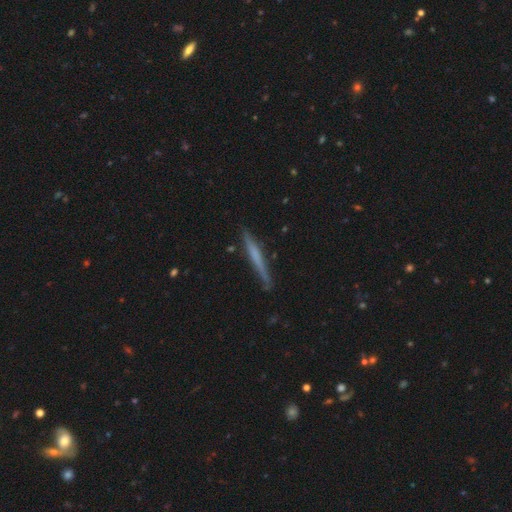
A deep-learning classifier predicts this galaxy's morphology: Q: Smooth or featured?
A: featured or disk (47%); tied with: smooth (47%)
Q: Merging?
A: none (84%); runner-up: minor disturbance (12%)